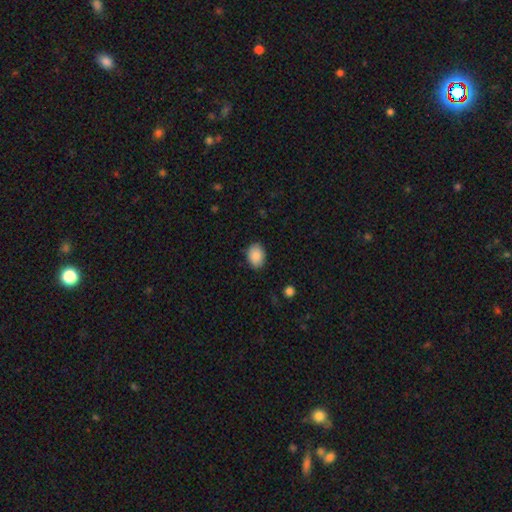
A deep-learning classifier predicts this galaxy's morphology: This appears to be a smooth galaxy with no disk features (89%) that is in between round and cigar-shaped (75%). Merging: none (85%).